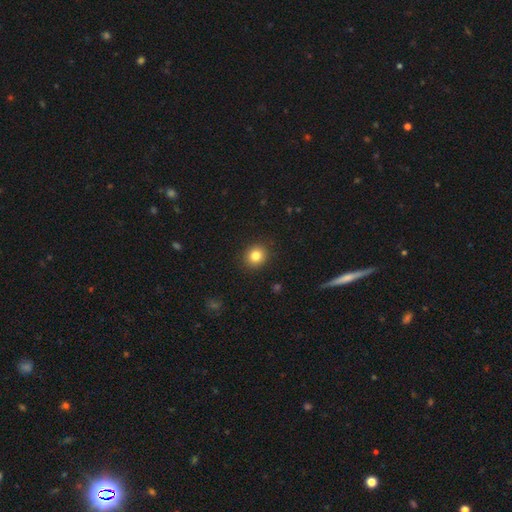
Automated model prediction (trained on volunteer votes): smooth-or-featured: smooth: 83% | star or artifact: 11% | featured or disk: 7%
  how-rounded: round: 83% | in between: 16% | cigar-shaped: 1%
  merging: none: 91% | minor disturbance: 6% | major disturbance: 2% | merger: 1%